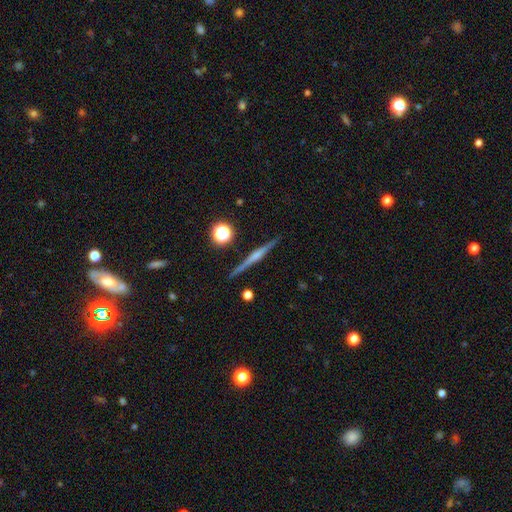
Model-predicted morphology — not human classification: A featured or disk galaxy (71%) viewed edge-on (98%) with a rounded central bulge (59%).

Vote fractions:
- Smooth or featured? featured or disk: 71% / smooth: 20% / star or artifact: 8%
- Edge-on disk? yes: 98% / no: 2%
- Edge-on bulge? rounded: 59% / none: 26% / boxy: 15%
- Merging? none: 90% / minor disturbance: 7% / major disturbance: 2% / merger: 2%